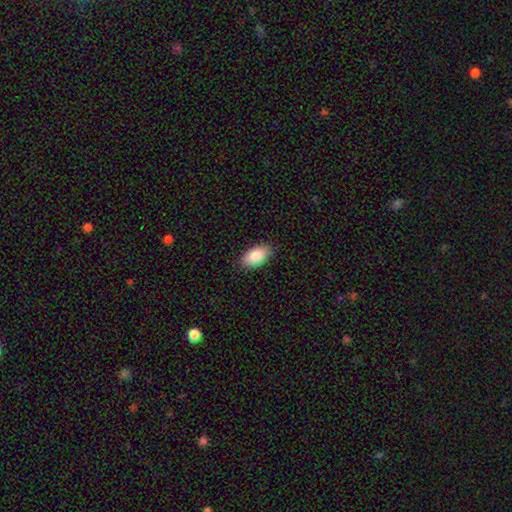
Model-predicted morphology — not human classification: smooth 87%, featured or disk 7%, star or artifact 6%. Down the decision tree: how rounded — in between (95%); merging — none (87%).